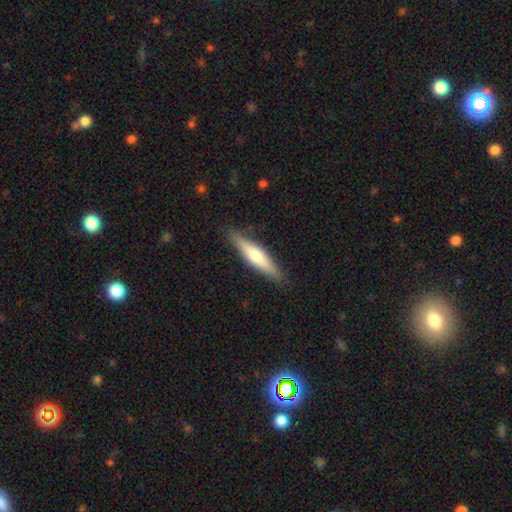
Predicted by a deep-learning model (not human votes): This is possibly a smooth galaxy (51%). How rounded: clearly cigar-shaped (85%). Merging: clearly none (88%).